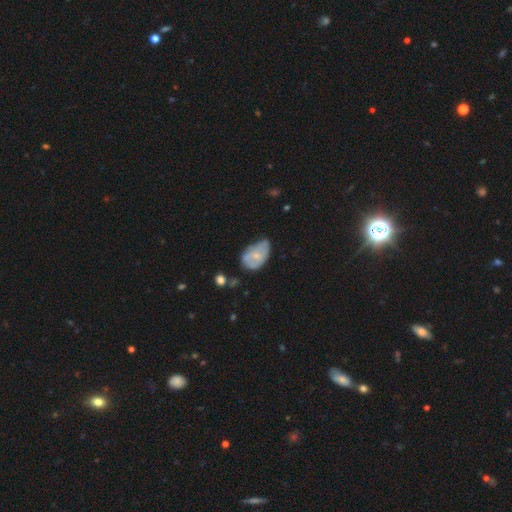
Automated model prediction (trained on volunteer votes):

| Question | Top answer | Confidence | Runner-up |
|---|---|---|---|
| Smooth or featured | smooth | 48% | featured or disk (44%) |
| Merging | minor disturbance | 43% | none (31%) |